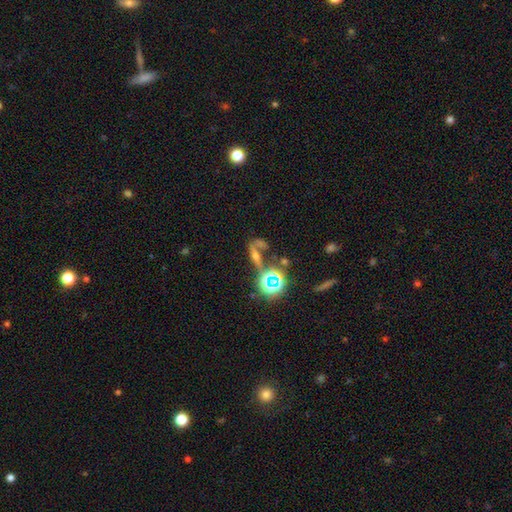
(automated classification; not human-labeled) Smooth or featured? star or artifact (36%)